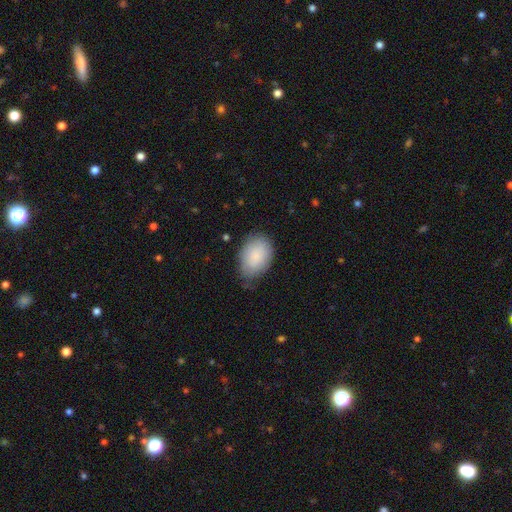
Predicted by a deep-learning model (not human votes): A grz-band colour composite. It shows a smooth galaxy with no disk features (87%) that is in between round and cigar-shaped (87%). Merging: none (70%).